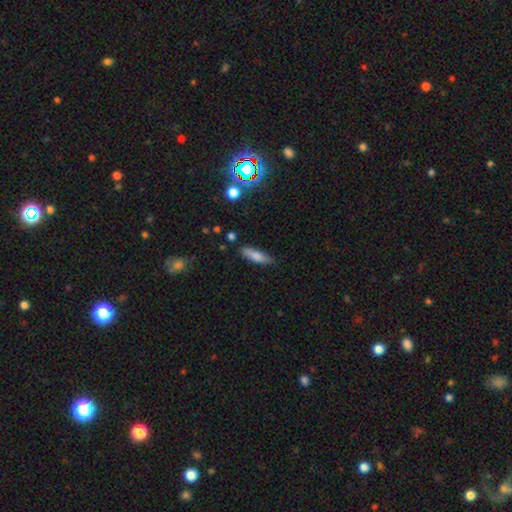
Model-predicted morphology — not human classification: The model was most divided on "how rounded": cigar-shaped: 57%, in between: 41%, round: 2%. More confident: merging — none (80%); smooth or featured — smooth (78%).